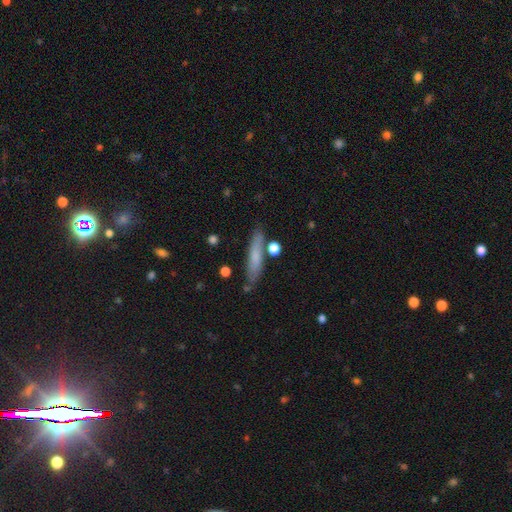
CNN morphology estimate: Smooth or featured? Predicted: smooth (p=0.69). How rounded? Predicted: cigar-shaped (p=0.85). Merging? Predicted: none (p=0.79).